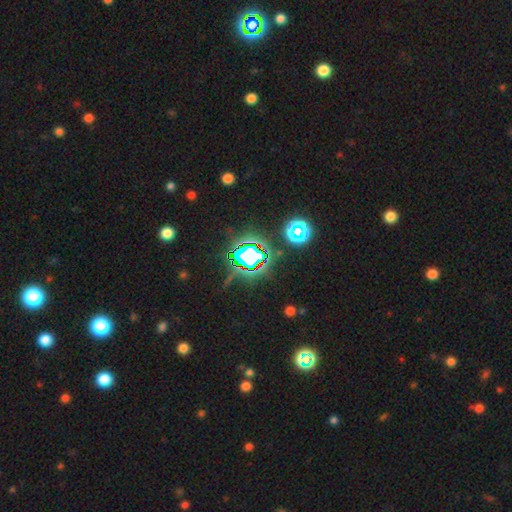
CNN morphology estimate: Overall: star or artifact (81%).